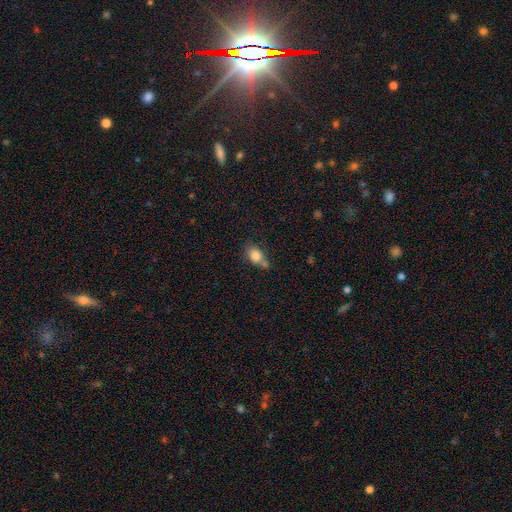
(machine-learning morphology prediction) A smooth galaxy with no disk features (82%) that is in between round and cigar-shaped (66%).

Vote fractions:
- Smooth or featured? smooth: 82% / star or artifact: 9% / featured or disk: 9%
- How rounded? in between: 66% / round: 32% / cigar-shaped: 2%
- Merging? none: 43% / merger: 30% / minor disturbance: 20% / major disturbance: 7%